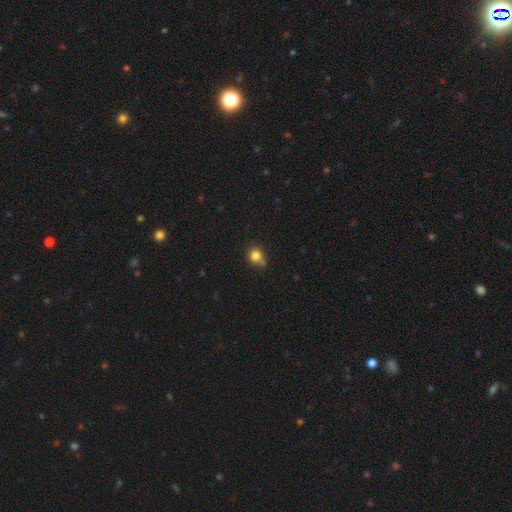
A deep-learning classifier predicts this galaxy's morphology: type=smooth (82%); roundness=round (80%); merging=none (61%).